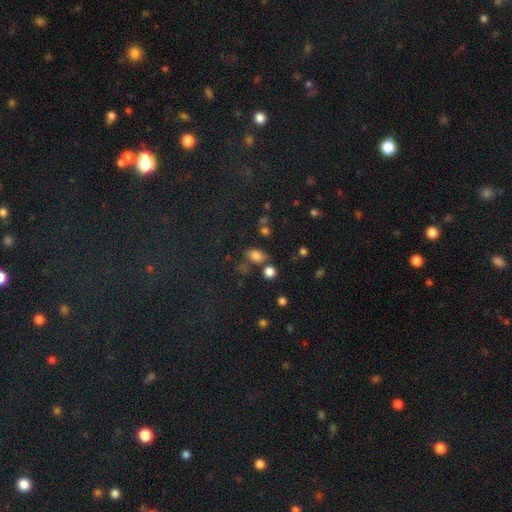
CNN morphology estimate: The model was most divided on "merging": none: 64%, minor disturbance: 16%, merger: 14%, major disturbance: 6%. More confident: smooth or featured — smooth (77%); how rounded — in between (74%).